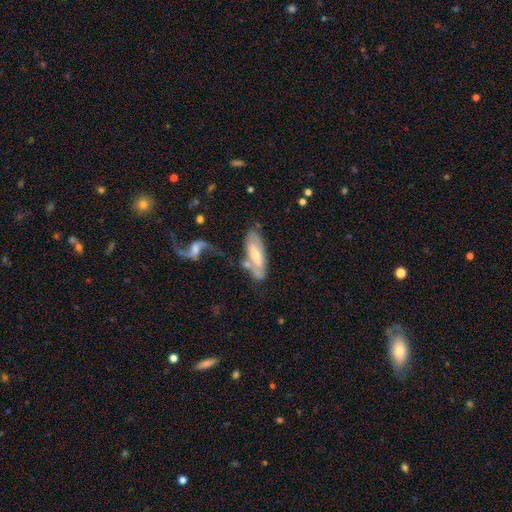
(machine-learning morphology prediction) This appears to be a featured or disk galaxy (50%). Merging: none (45%).